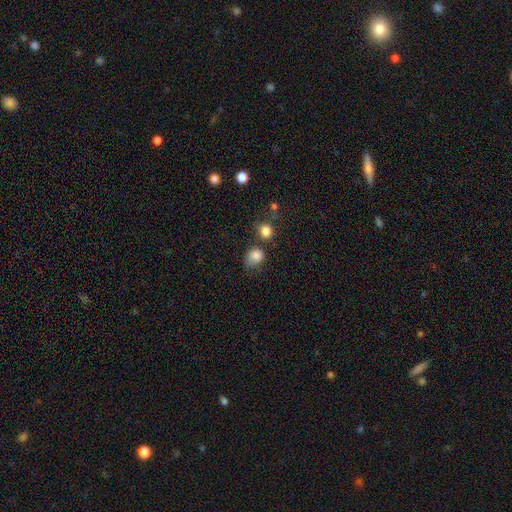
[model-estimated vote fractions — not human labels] This appears to be a smooth galaxy with no disk features (83%) that is round (60%). Merging: none (44%).